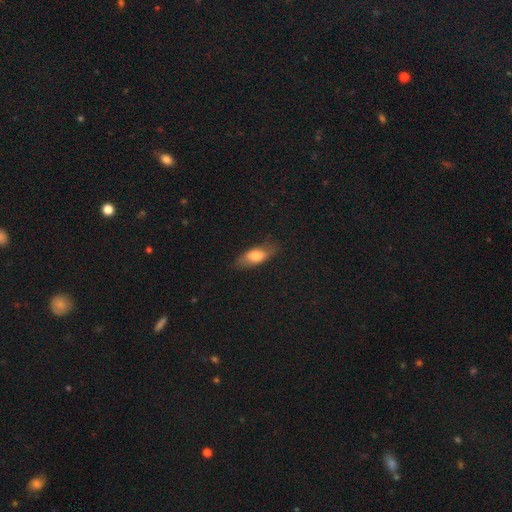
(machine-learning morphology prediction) A smooth galaxy with no disk features (70%) that is in between round and cigar-shaped (75%).

Vote fractions:
- Smooth or featured? smooth: 70% / featured or disk: 22% / star or artifact: 7%
- How rounded? in between: 75% / cigar-shaped: 21% / round: 4%
- Merging? none: 76% / minor disturbance: 18% / major disturbance: 5% / merger: 1%